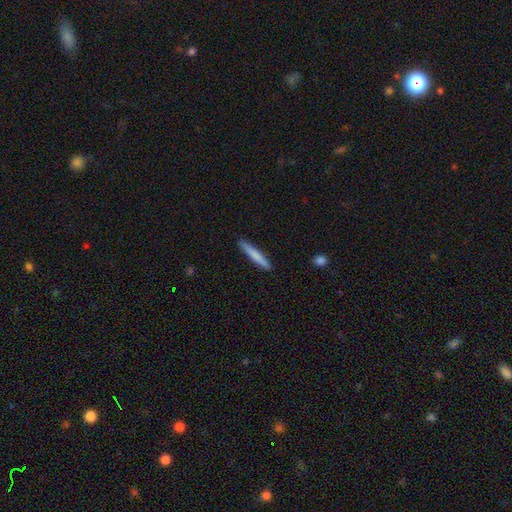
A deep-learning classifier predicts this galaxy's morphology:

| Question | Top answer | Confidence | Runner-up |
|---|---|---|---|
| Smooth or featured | smooth | 77% | featured or disk (18%) |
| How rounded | cigar-shaped | 95% | in between (4%) |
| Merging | none | 89% | minor disturbance (8%) |